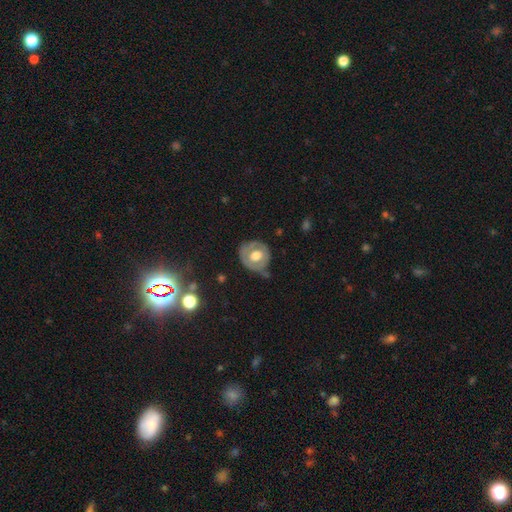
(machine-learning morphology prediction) Overall: featured or disk (49%; smooth 44%). Merging: none (65%).